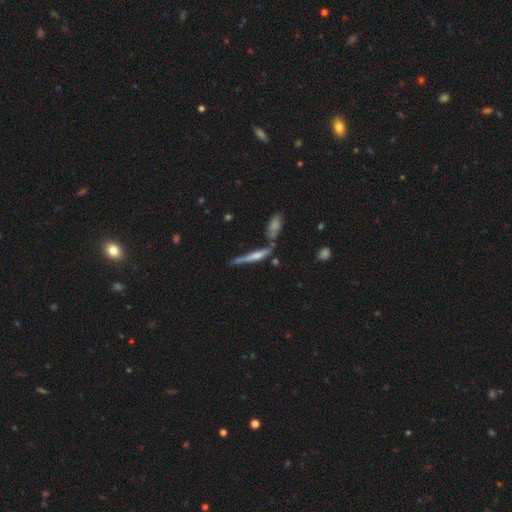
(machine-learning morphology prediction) A featured or disk galaxy (56%) viewed edge-on (94%) with a rounded central bulge (57%).

Vote fractions:
- Smooth or featured? featured or disk: 56% / smooth: 37% / star or artifact: 8%
- Edge-on disk? yes: 94% / no: 6%
- Edge-on bulge? rounded: 57% / none: 23% / boxy: 20%
- Merging? none: 55% / merger: 21% / minor disturbance: 17% / major disturbance: 7%